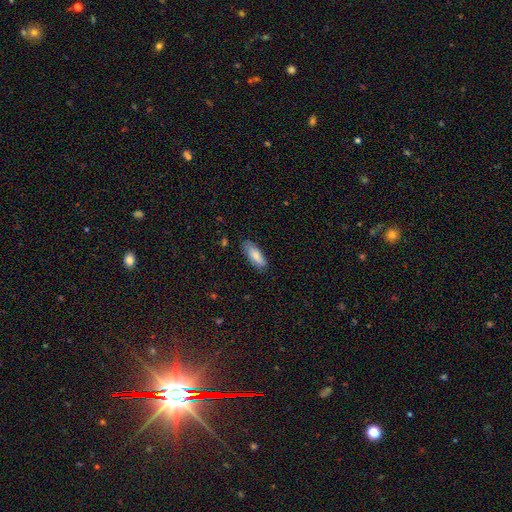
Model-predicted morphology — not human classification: The model was most divided on "how rounded": in between: 68%, cigar-shaped: 30%, round: 2%. More confident: merging — none (80%); smooth or featured — smooth (79%).